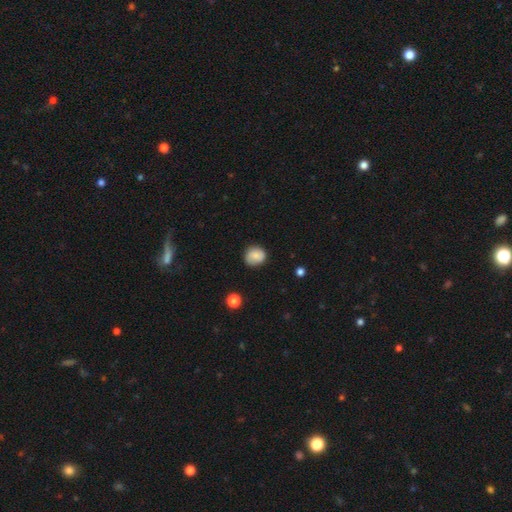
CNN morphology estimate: A smooth galaxy with no disk features (82%) that is round (81%).

Vote fractions:
- Smooth or featured? smooth: 82% / featured or disk: 10% / star or artifact: 8%
- How rounded? round: 81% / in between: 18% / cigar-shaped: 1%
- Merging? none: 81% / minor disturbance: 14% / major disturbance: 3% / merger: 1%